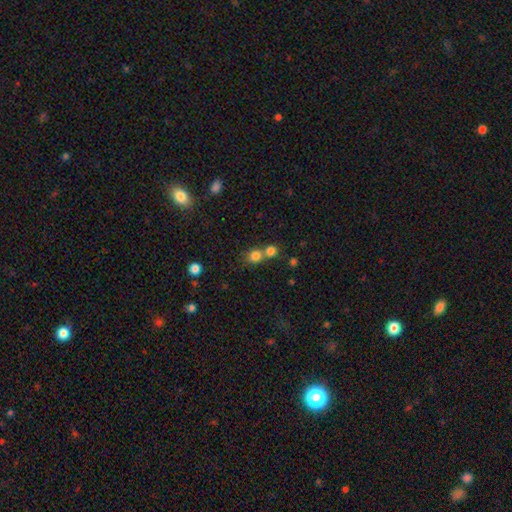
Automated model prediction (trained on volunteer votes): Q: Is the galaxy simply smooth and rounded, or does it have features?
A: smooth — 79%.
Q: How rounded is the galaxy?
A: round — 83%.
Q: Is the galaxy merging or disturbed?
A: merger — 46%, tied with none.